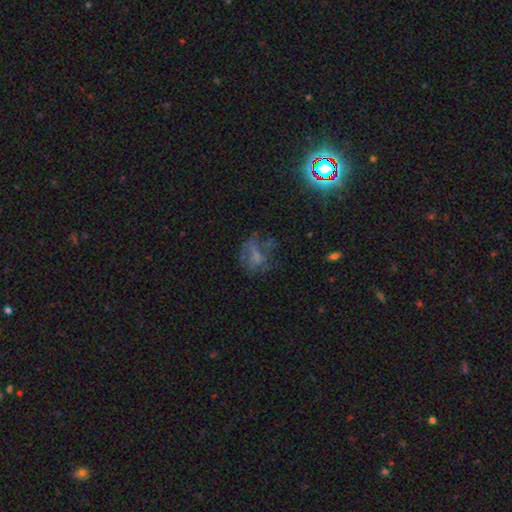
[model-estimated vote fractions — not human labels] This appears to be a smooth galaxy with no disk features (40%). Merging: none (44%).